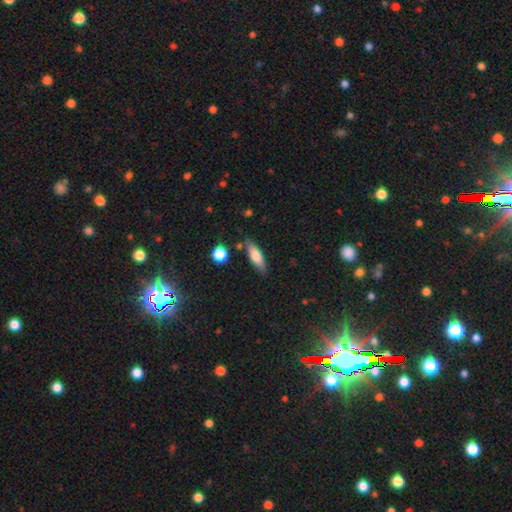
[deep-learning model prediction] Smooth or featured?
  - smooth: 68% *
  - featured or disk: 25%
  - star or artifact: 7%
How rounded?
  - cigar-shaped: 50% *
  - in between: 48%
  - round: 3%
Merging?
  - none: 80% *
  - minor disturbance: 13%
  - merger: 4%
  - major disturbance: 3%